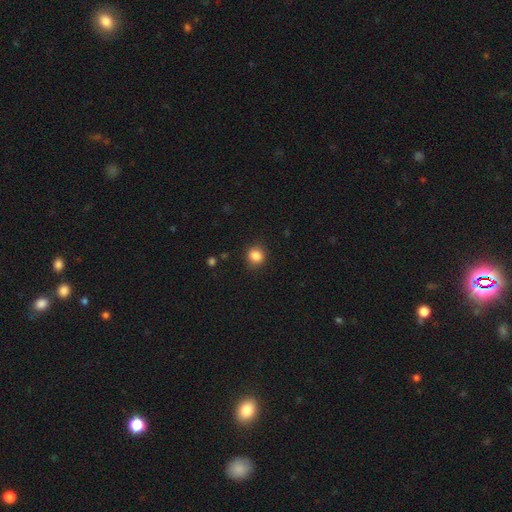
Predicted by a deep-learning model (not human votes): Smooth or featured? smooth (85%)
How rounded? round (81%)
Merging? none (87%)